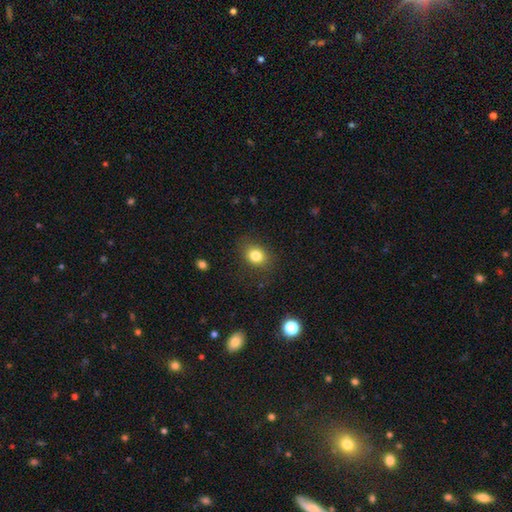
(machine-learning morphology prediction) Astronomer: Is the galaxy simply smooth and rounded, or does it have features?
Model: smooth — 81%.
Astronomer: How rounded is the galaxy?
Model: round — 52% (runner-up: in between, 47%).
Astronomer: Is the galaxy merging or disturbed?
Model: none — 82%.